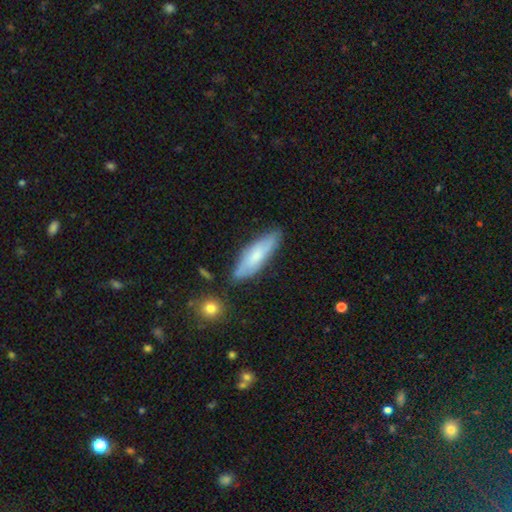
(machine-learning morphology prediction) This appears to be a smooth galaxy with no disk features (65%) that is cigar-shaped (57%). Merging: none (76%).